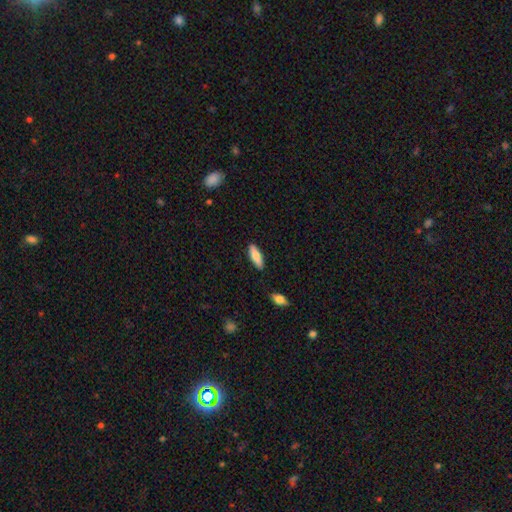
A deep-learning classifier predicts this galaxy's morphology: Overall: smooth (76%). How rounded: in between (51%; cigar-shaped 47%). Merging: none (86%).